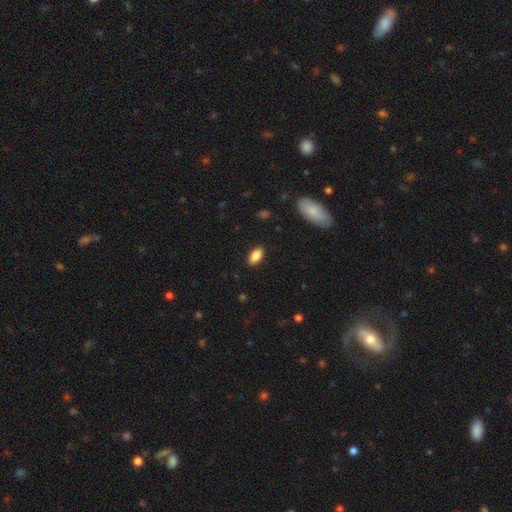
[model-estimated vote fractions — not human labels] smooth 86%, star or artifact 7%, featured or disk 6%. Down the decision tree: how rounded — in between (90%); merging — none (88%).